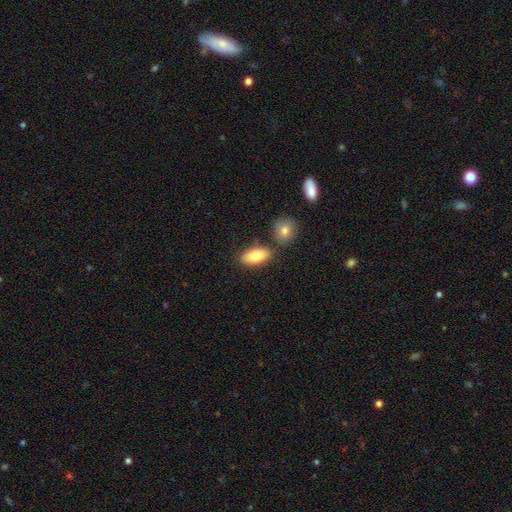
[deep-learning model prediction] Overall: smooth (83%). How rounded: in between (88%). Merging: none (72%).